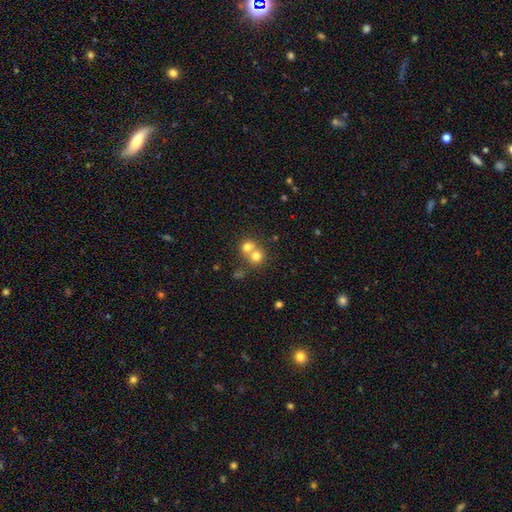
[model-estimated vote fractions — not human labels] A smooth galaxy with no disk features (72%) that is round (83%). Merging: merger (59%).